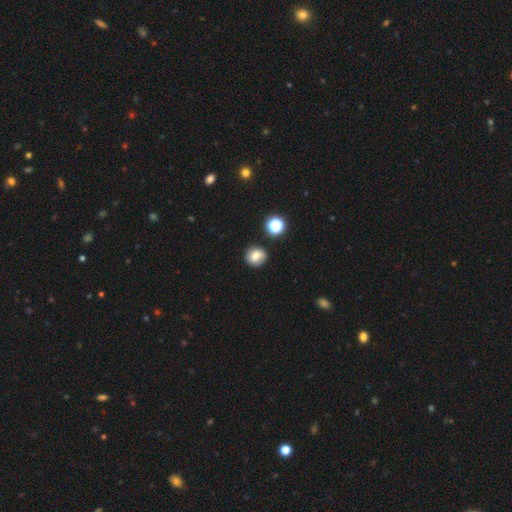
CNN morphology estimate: smooth 69%, featured or disk 19%, star or artifact 12%. Down the decision tree: how rounded — round (85%); merging — none (83%).